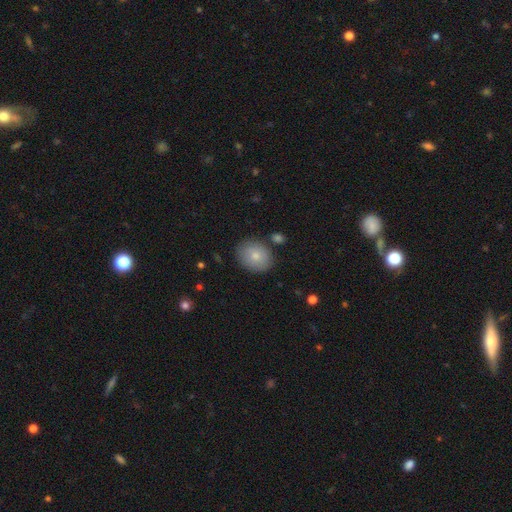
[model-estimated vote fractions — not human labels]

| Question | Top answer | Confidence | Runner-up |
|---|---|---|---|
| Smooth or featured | smooth | 79% | featured or disk (14%) |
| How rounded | round | 56% | in between (43%) |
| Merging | none | 80% | minor disturbance (13%) |